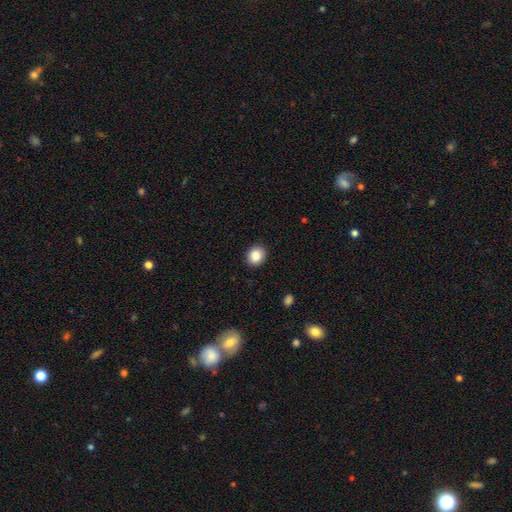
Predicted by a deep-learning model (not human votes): smooth_or_featured: smooth (p=0.88) [alt: star or artifact p=0.09]
how_rounded: round (p=0.70) [alt: in between p=0.29]
merging: none (p=0.90) [alt: minor disturbance p=0.07]